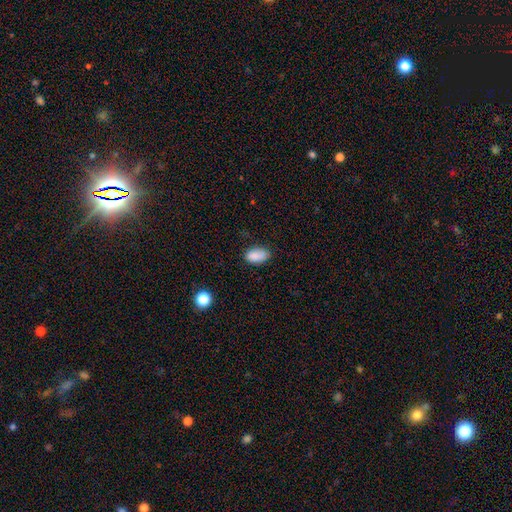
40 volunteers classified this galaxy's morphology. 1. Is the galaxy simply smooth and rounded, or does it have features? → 82% smooth, 12% star or artifact, 5% featured or disk.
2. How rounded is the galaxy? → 91% in between, 6% round, 3% cigar-shaped.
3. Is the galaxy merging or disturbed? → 54% none, 34% minor disturbance, 9% major disturbance, 3% merger.